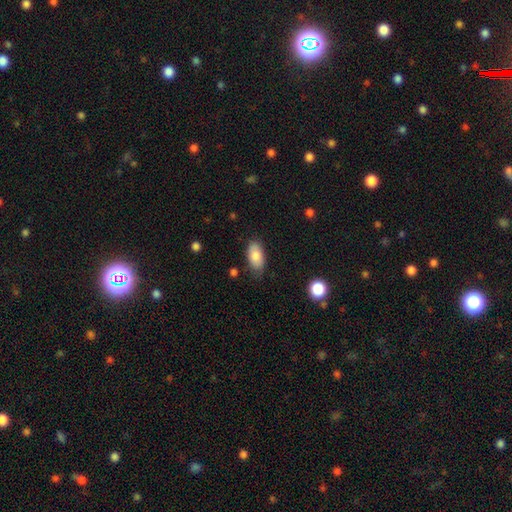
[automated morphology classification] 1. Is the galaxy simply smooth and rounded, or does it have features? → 83% smooth, 11% featured or disk, 7% star or artifact.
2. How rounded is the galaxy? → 94% in between, 3% round, 3% cigar-shaped.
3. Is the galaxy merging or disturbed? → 77% none, 18% minor disturbance, 3% major disturbance, 2% merger.